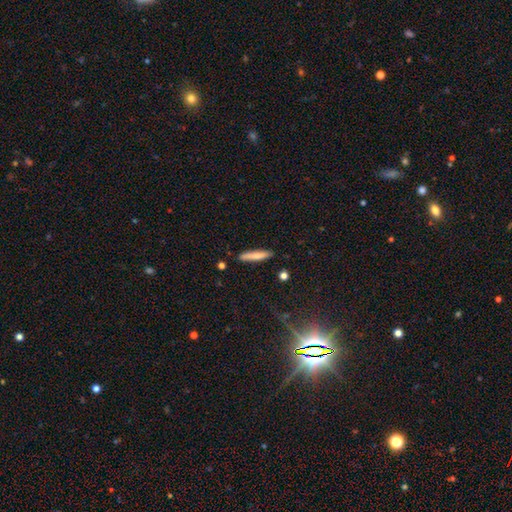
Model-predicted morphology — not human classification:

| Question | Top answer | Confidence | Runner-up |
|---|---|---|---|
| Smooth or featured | smooth | 74% | featured or disk (20%) |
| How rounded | cigar-shaped | 87% | in between (11%) |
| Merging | none | 86% | minor disturbance (10%) |